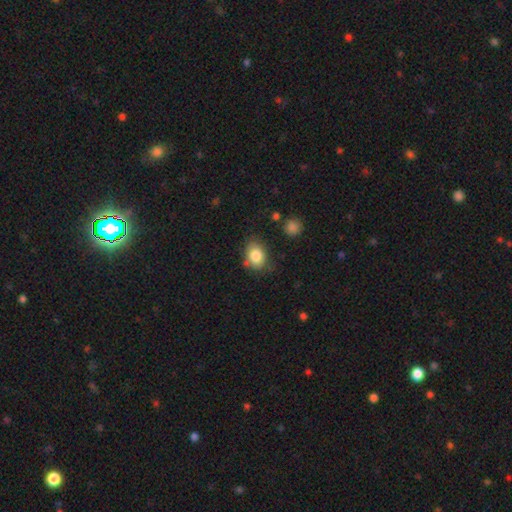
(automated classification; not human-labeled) smooth-or-featured: smooth: 82% | star or artifact: 9% | featured or disk: 9%
  how-rounded: in between: 65% | round: 34% | cigar-shaped: 1%
  merging: none: 70% | minor disturbance: 21% | major disturbance: 5% | merger: 5%